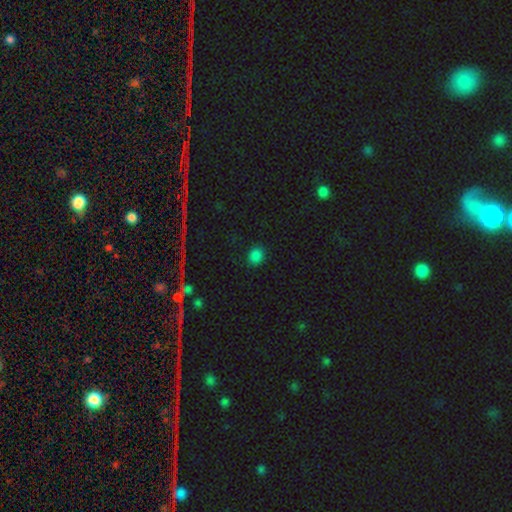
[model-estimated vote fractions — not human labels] smooth 82%, star or artifact 14%, featured or disk 3%. Down the decision tree: how rounded — round (71%); merging — none (89%).